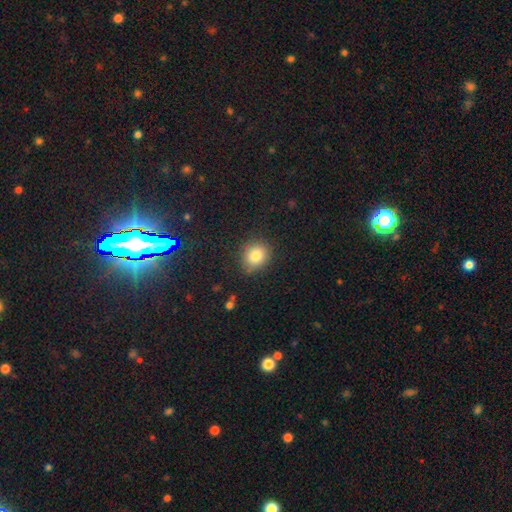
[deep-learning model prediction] smooth_or_featured: smooth (p=0.81) [alt: star or artifact p=0.11]
how_rounded: round (p=0.78) [alt: in between p=0.21]
merging: none (p=0.84) [alt: minor disturbance p=0.11]